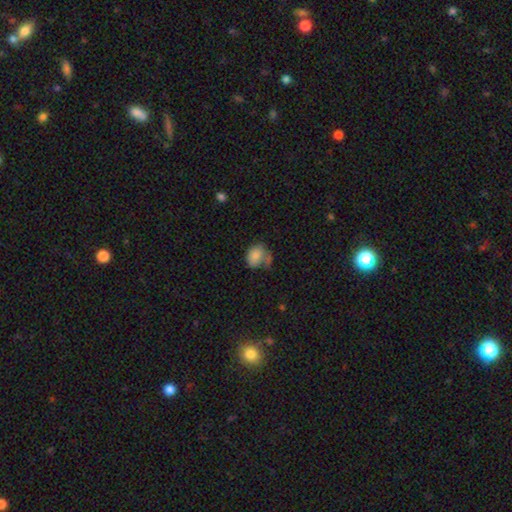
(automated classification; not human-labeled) Smooth or featured?
  - smooth: 78% *
  - featured or disk: 13%
  - star or artifact: 9%
How rounded?
  - in between: 55% *
  - round: 44%
  - cigar-shaped: 1%
Merging?
  - none: 41% *
  - minor disturbance: 27%
  - major disturbance: 17%
  - merger: 15%